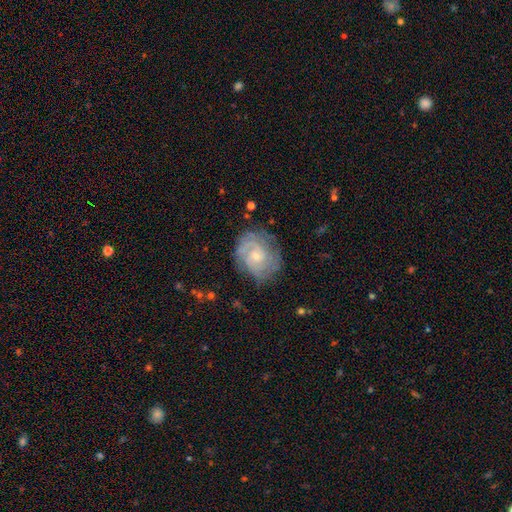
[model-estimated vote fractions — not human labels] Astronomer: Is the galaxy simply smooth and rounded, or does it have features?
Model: featured or disk — 80%.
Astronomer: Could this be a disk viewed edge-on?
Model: no — 98%.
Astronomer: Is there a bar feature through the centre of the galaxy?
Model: no — 70%.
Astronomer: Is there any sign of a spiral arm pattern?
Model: yes — 94%.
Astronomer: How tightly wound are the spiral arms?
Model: tight — 65%.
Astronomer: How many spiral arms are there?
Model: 2 — 32% (runner-up: can't tell, 30%).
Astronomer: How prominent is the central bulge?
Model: small — 66%.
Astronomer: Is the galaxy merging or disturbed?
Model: none — 74%.